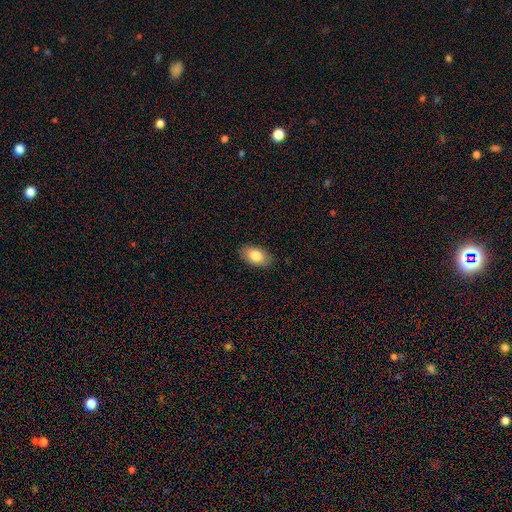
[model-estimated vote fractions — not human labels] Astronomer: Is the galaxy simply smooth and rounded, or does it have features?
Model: smooth — 82%.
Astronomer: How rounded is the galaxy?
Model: in between — 94%.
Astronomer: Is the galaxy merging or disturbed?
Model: none — 87%.